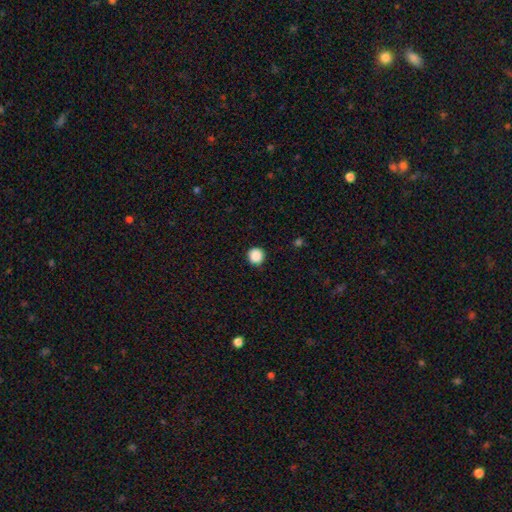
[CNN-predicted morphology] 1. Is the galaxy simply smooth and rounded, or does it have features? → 88% smooth, 9% star or artifact, 2% featured or disk.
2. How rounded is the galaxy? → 95% round, 4% in between, 1% cigar-shaped.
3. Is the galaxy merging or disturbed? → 92% none, 6% minor disturbance, 2% major disturbance, 1% merger.